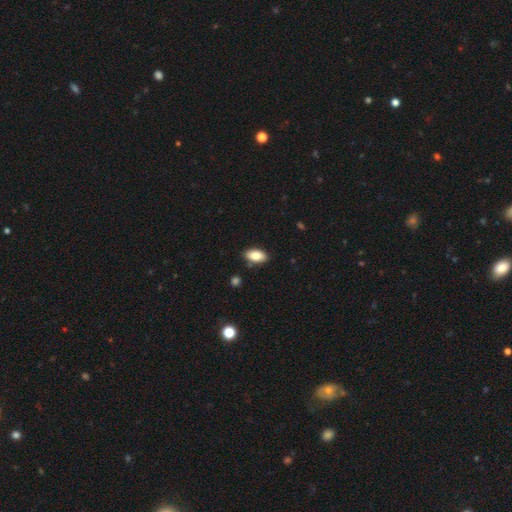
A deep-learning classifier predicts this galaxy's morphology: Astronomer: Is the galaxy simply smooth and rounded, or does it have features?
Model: smooth — 83%.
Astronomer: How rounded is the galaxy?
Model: in between — 92%.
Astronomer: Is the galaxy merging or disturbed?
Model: none — 85%.